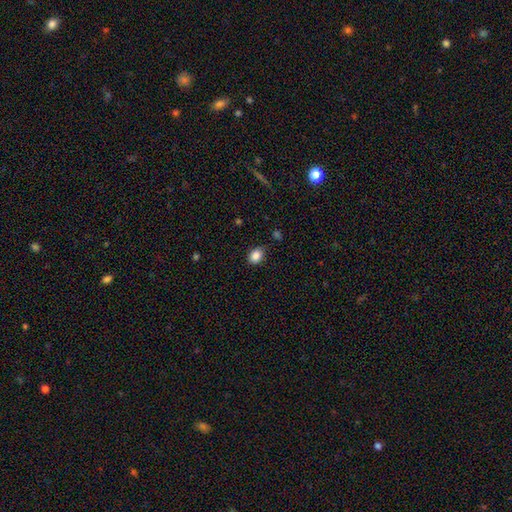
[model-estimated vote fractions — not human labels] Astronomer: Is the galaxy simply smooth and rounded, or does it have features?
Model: smooth — 86%.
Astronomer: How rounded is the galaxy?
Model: in between — 68%.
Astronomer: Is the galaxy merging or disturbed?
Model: none — 80%.